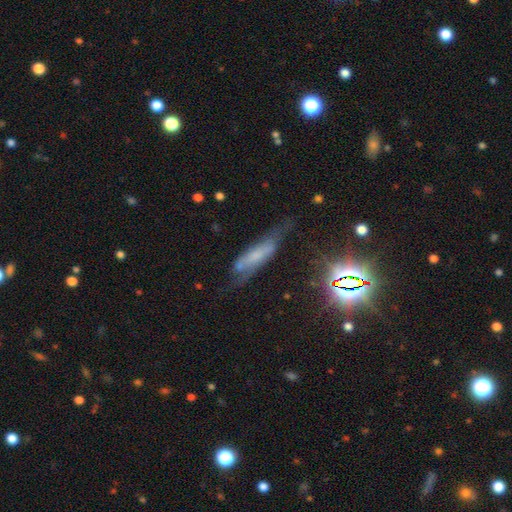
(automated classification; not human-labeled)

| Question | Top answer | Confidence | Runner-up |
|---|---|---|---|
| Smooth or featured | featured or disk | 44% | smooth (38%) |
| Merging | none | 47% | minor disturbance (29%) |